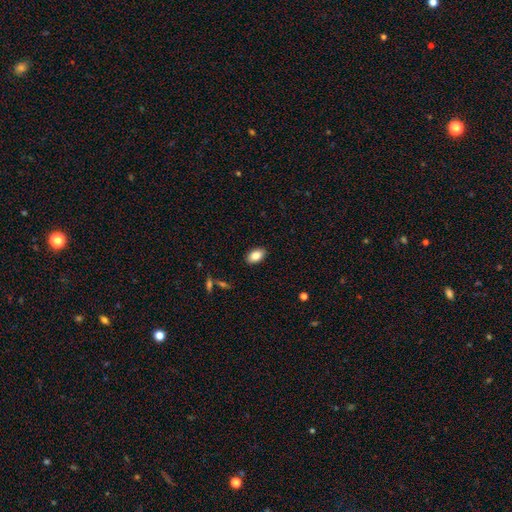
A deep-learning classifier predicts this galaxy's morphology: The model was most divided on "smooth or featured": smooth: 85%, star or artifact: 8%, featured or disk: 7%. More confident: how rounded — in between (91%); merging — none (88%).